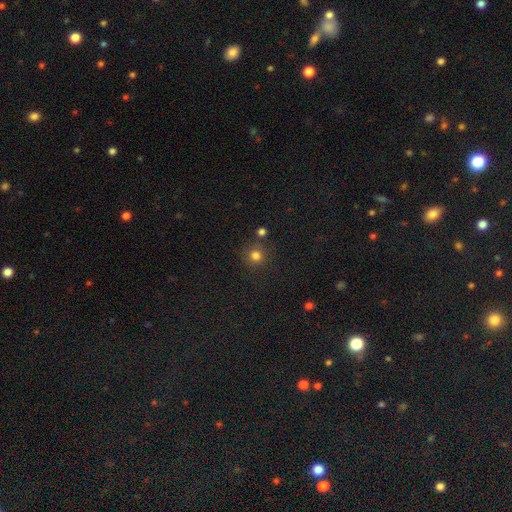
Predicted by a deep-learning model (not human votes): smooth_or_featured: smooth (p=0.78) [alt: star or artifact p=0.16]
how_rounded: round (p=0.92) [alt: in between p=0.07]
merging: none (p=0.79) [alt: minor disturbance p=0.09]